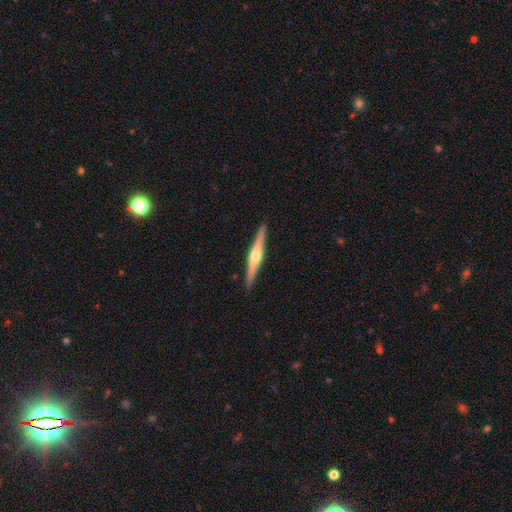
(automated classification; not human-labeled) Overall: featured or disk (77%). Edge-on disk: yes (98%). Edge-on bulge: rounded (93%). Merging: none (92%).